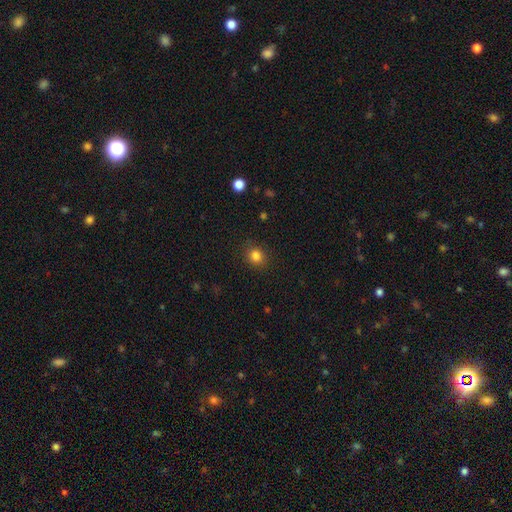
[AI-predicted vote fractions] Smooth or featured: smooth — 83% (star or artifact — 12%)
How rounded: round — 77% (in between — 22%)
Merging: none — 88% (minor disturbance — 9%)